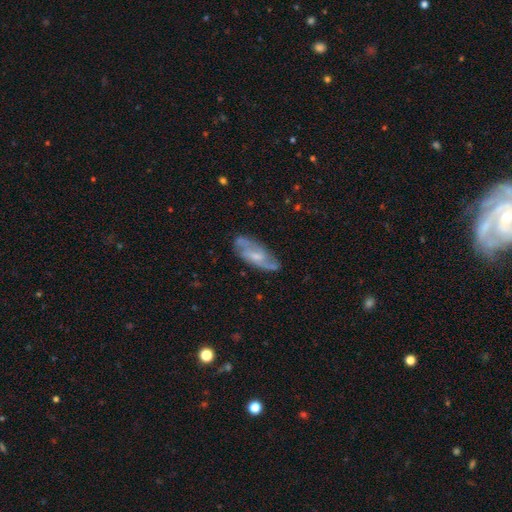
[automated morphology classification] A featured or disk galaxy (73%) with no bar (45%), 2 (60%) medium (48%) spiral arms (88%) and a small central bulge (52%). Merging: none (73%).